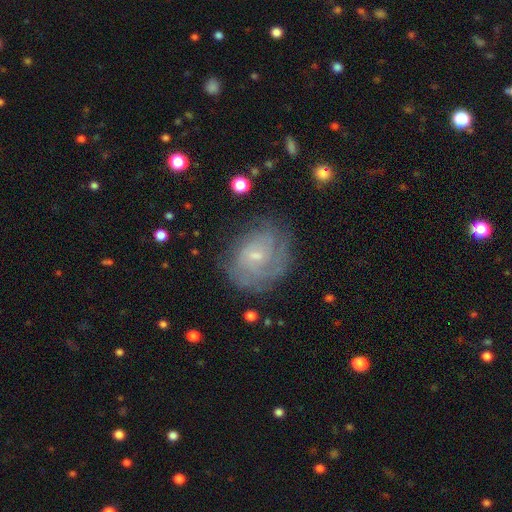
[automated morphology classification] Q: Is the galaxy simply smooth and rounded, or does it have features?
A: featured or disk — 73%.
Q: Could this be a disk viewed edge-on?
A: no — 97%.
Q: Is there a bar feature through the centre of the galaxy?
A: no — 52%.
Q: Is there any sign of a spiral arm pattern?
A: yes — 89%.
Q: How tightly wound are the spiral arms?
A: tight — 59%.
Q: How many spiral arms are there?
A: can't tell — 45%.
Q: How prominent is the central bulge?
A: small — 71%.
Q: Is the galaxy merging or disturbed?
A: none — 69%.